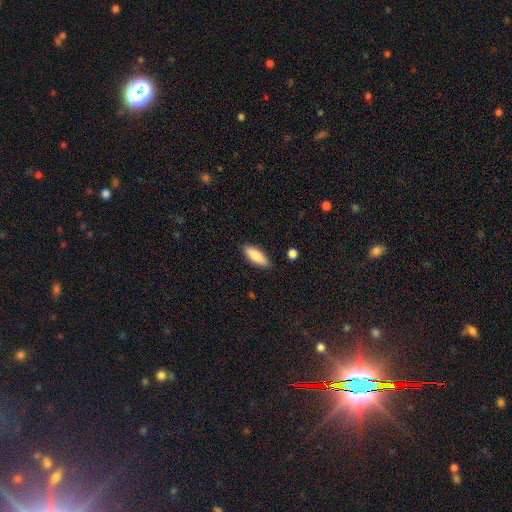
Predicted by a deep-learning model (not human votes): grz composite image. It shows a smooth galaxy with no disk features (84%) that is in between round and cigar-shaped (72%). Merging: none (87%).